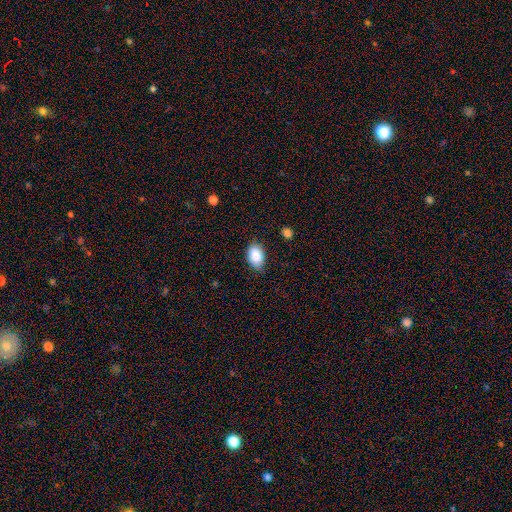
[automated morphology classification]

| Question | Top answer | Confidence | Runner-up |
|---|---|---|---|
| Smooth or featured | smooth | 87% | star or artifact (7%) |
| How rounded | in between | 89% | round (10%) |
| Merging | none | 78% | minor disturbance (17%) |